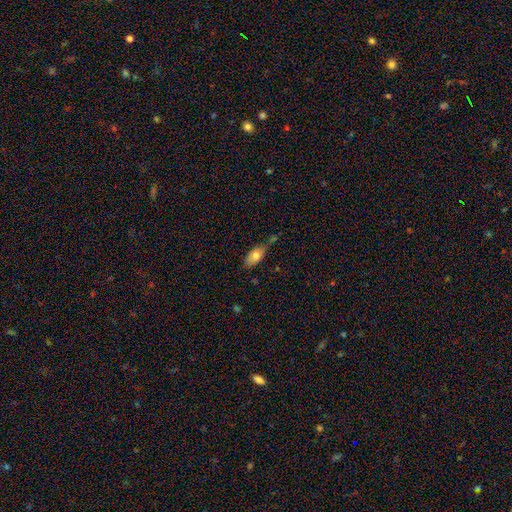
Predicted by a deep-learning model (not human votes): The model was most divided on "merging": none: 48%, minor disturbance: 28%, merger: 15%, major disturbance: 9%. More confident: how rounded — in between (87%); smooth or featured — smooth (75%).